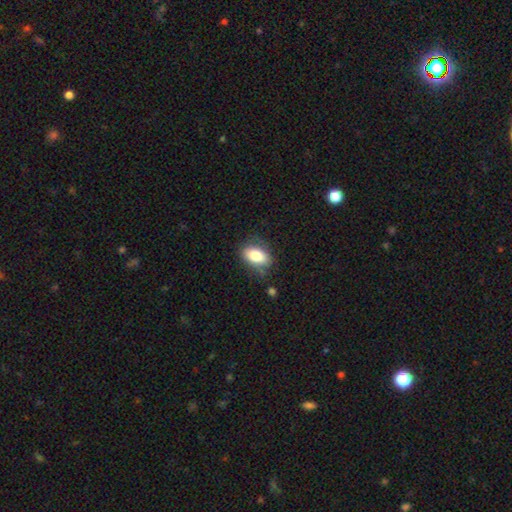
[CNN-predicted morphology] The model was most divided on "merging": none: 74%, minor disturbance: 19%, major disturbance: 5%, merger: 2%. More confident: how rounded — in between (87%); smooth or featured — smooth (80%).